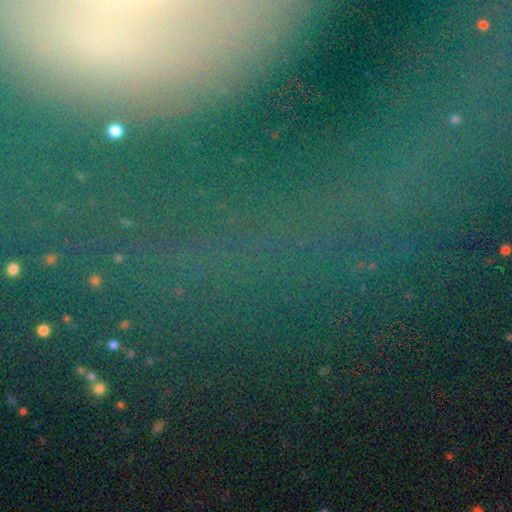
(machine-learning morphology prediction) Smooth or featured? Predicted: star or artifact (p=0.66).